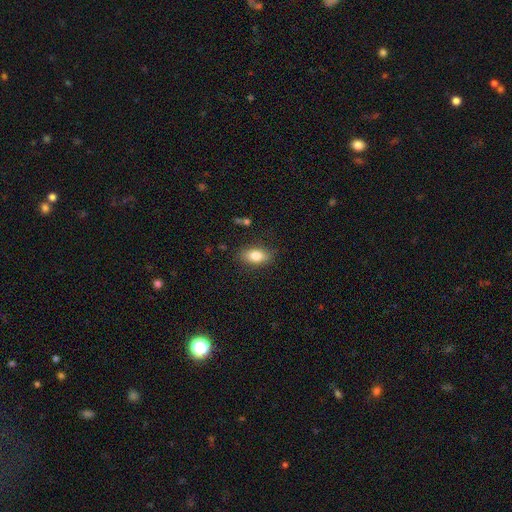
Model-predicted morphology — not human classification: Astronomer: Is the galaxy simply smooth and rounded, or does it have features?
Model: smooth — 82%.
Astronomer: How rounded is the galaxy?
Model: in between — 86%.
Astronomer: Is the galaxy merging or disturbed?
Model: none — 84%.